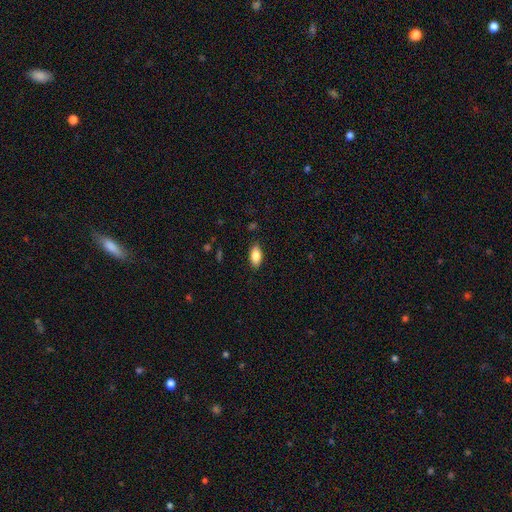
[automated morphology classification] Smooth or featured? Predicted: smooth (p=0.84). How rounded? Predicted: in between (p=0.91). Merging? Predicted: none (p=0.86).